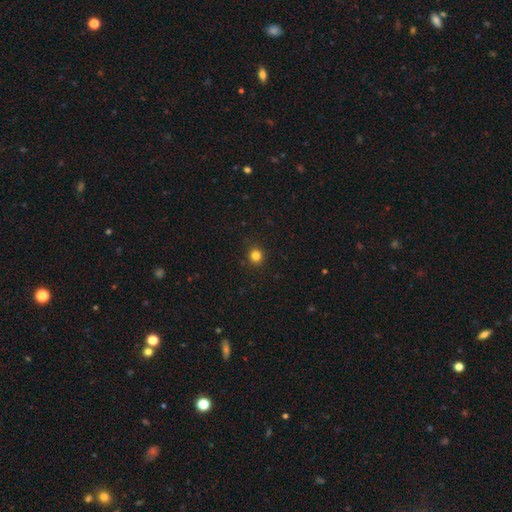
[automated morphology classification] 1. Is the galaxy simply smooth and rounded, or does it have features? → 82% smooth, 14% star or artifact, 4% featured or disk.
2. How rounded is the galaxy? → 92% round, 7% in between, 1% cigar-shaped.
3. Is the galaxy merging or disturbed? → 91% none, 6% minor disturbance, 2% major disturbance, 1% merger.